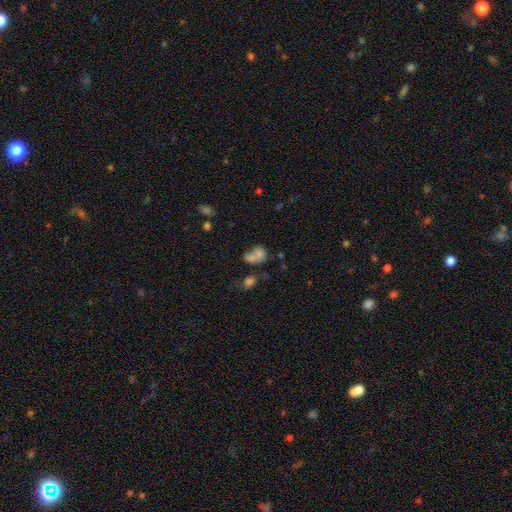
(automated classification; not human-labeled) This is likely a smooth galaxy (71%). How rounded: possibly in between (53%). Merging: possibly merger (58%).